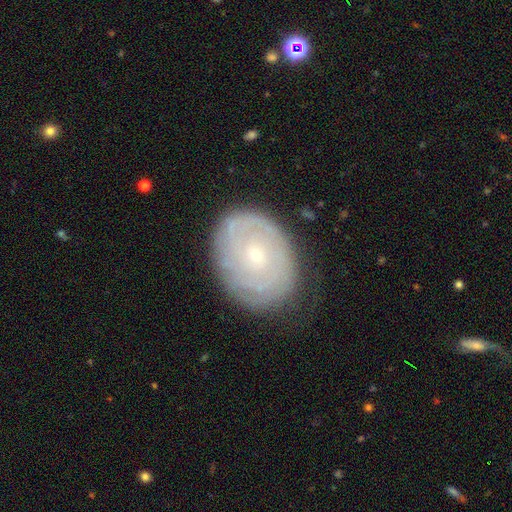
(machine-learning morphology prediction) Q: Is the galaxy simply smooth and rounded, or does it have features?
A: featured or disk — 69%.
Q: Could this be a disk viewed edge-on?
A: no — 96%.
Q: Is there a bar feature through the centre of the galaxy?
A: no — 76%.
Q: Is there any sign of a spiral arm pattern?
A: yes — 82%.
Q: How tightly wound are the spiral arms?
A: tight — 79%.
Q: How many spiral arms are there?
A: can't tell — 55%.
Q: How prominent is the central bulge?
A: small — 68%.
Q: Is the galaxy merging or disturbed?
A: none — 78%.